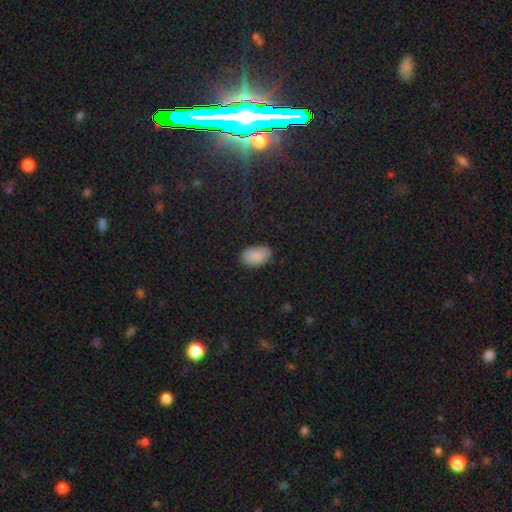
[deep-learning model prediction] smooth_or_featured: smooth (p=0.87) [alt: star or artifact p=0.08]
how_rounded: in between (p=0.93) [alt: round p=0.06]
merging: none (p=0.81) [alt: minor disturbance p=0.15]